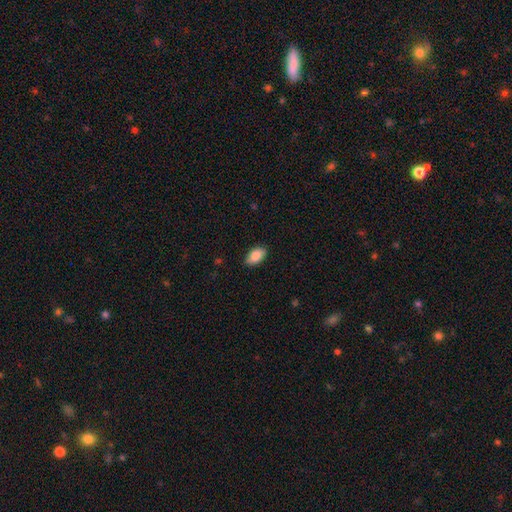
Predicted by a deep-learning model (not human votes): A smooth galaxy with no disk features (87%) that is in between round and cigar-shaped (94%). Merging: none (84%).